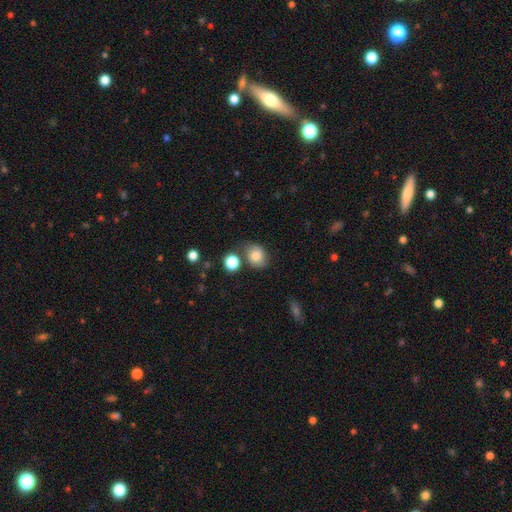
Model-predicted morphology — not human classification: Q: Smooth or featured?
A: smooth (79%); runner-up: featured or disk (11%)
Q: How rounded?
A: round (52%); runner-up: in between (47%)
Q: Merging?
A: none (65%); runner-up: minor disturbance (18%)